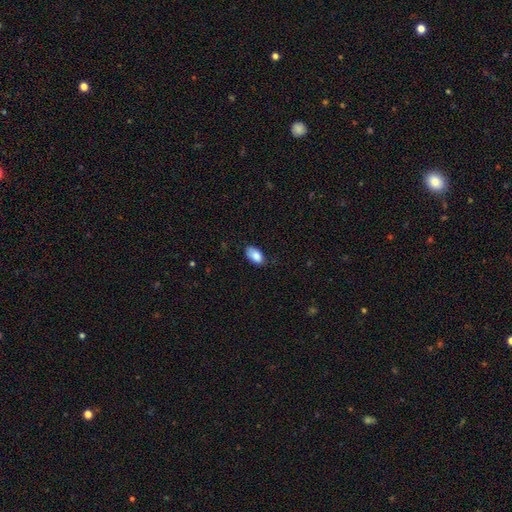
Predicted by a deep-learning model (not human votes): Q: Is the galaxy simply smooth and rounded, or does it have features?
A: smooth — 86%.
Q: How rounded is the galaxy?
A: in between — 94%.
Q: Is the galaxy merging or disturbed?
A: none — 73%.